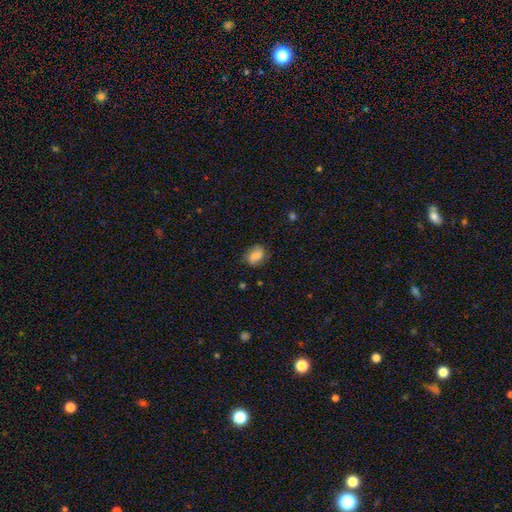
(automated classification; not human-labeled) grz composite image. It shows a smooth galaxy with no disk features (76%) that is in between round and cigar-shaped (73%). Merging: none (73%).